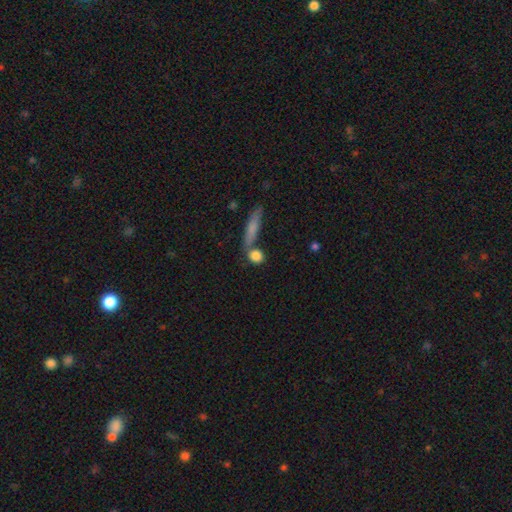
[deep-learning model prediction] A smooth galaxy with no disk features (82%) that is round (67%). Merging: none (62%).